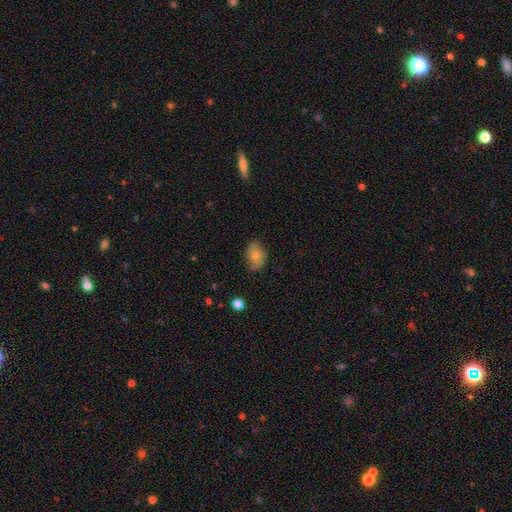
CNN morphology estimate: The model was most divided on "merging": none: 76%, minor disturbance: 19%, major disturbance: 4%, merger: 1%. More confident: how rounded — in between (84%); smooth or featured — smooth (76%).